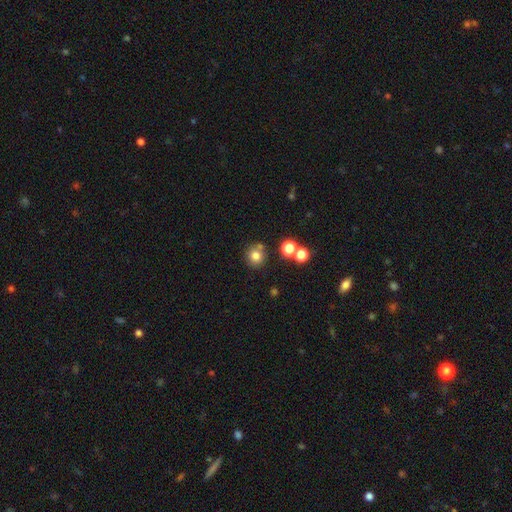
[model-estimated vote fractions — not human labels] smooth-or-featured: smooth: 79% | star or artifact: 14% | featured or disk: 8%
  how-rounded: round: 90% | in between: 9% | cigar-shaped: 1%
  merging: none: 74% | merger: 13% | minor disturbance: 10% | major disturbance: 3%